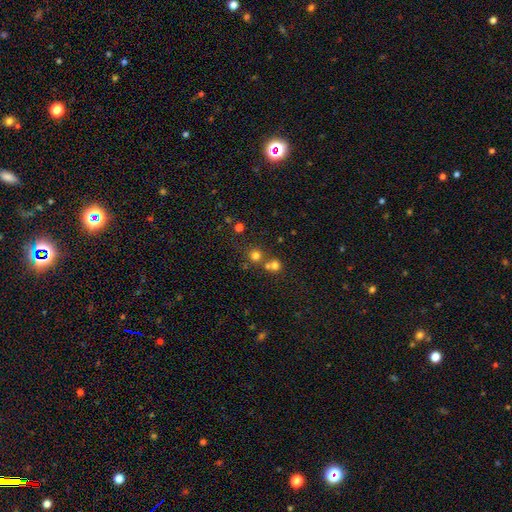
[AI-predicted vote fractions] The model was most divided on "merging": none: 57%, merger: 35%, minor disturbance: 6%, major disturbance: 3%. More confident: how rounded — round (90%); smooth or featured — smooth (71%).